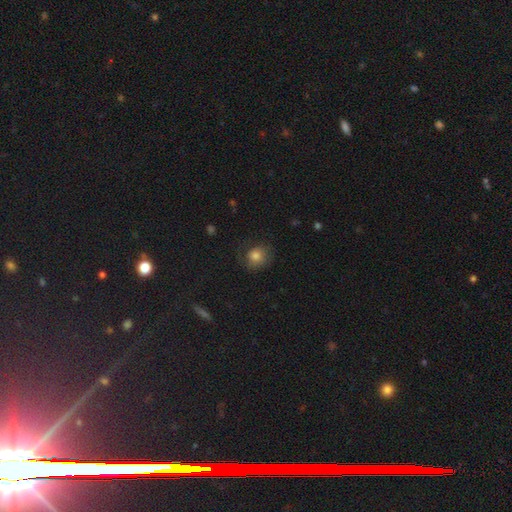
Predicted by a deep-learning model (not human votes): Q: Smooth or featured?
A: smooth (78%); runner-up: featured or disk (12%)
Q: How rounded?
A: round (74%); runner-up: in between (26%)
Q: Merging?
A: none (65%); runner-up: minor disturbance (21%)